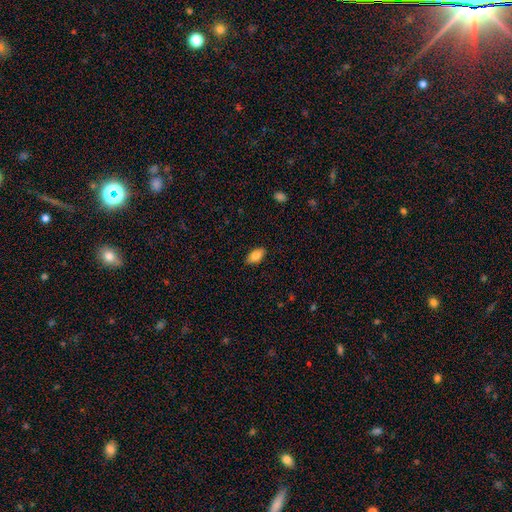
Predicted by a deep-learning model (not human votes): smooth 83%, featured or disk 10%, star or artifact 7%. Down the decision tree: how rounded — in between (92%); merging — none (87%).